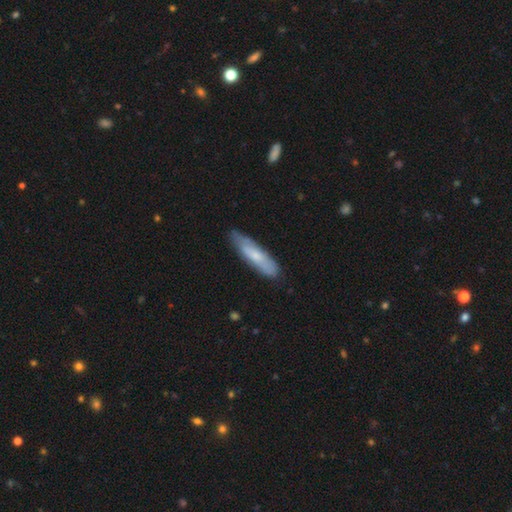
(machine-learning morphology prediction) Smooth or featured?
  - smooth: 62% *
  - featured or disk: 33%
  - star or artifact: 6%
How rounded?
  - cigar-shaped: 76% *
  - in between: 22%
  - round: 1%
Merging?
  - none: 77% *
  - minor disturbance: 18%
  - major disturbance: 3%
  - merger: 1%